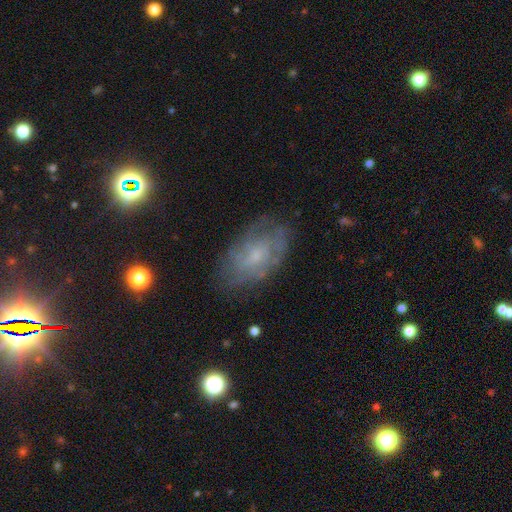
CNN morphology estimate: Smooth or featured?
  - featured or disk: 60% *
  - smooth: 30%
  - star or artifact: 10%
Edge-on disk?
  - no: 94% *
  - yes: 6%
Bar?
  - no: 67% *
  - weak: 29%
  - strong: 4%
Spiral arms?
  - yes: 71% *
  - no: 29%
Bulge size?
  - small: 62% *
  - moderate: 23%
  - none: 12%
  - large: 2%
  - dominant: 1%
Merging?
  - none: 70% *
  - minor disturbance: 20%
  - major disturbance: 9%
  - merger: 1%